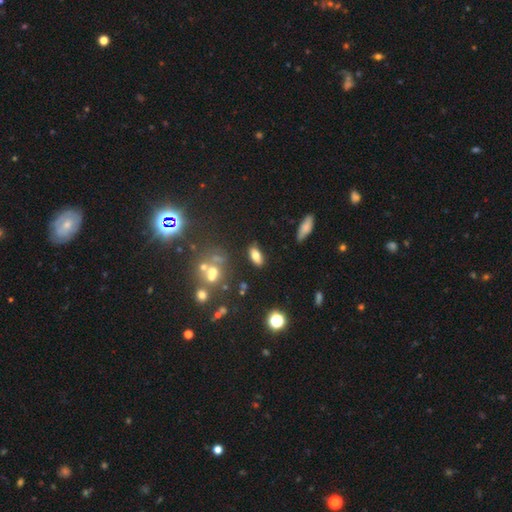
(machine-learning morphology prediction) smooth 72%, featured or disk 15%, star or artifact 12%. Down the decision tree: how rounded — in between (86%); merging — none (81%).